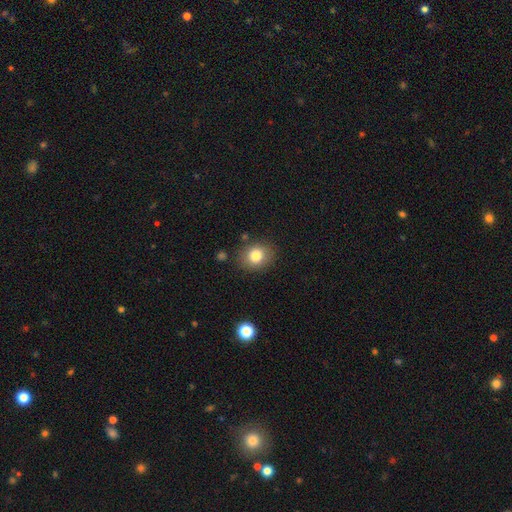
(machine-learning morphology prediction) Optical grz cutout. It shows a smooth galaxy with no disk features (81%) that is round (61%). Merging: none (83%).